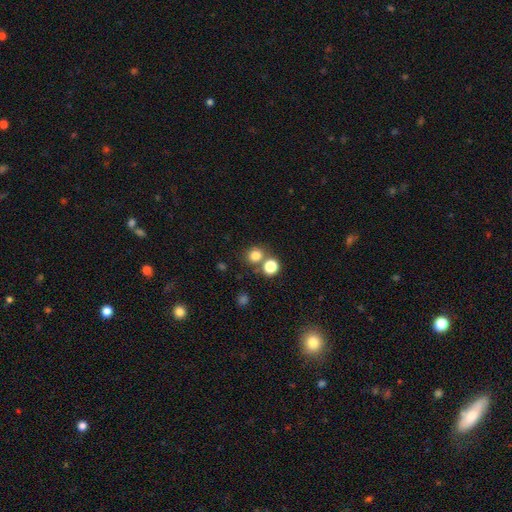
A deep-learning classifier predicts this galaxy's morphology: This appears to be a smooth galaxy with no disk features (79%) that is round (84%). Merging: none (65%).